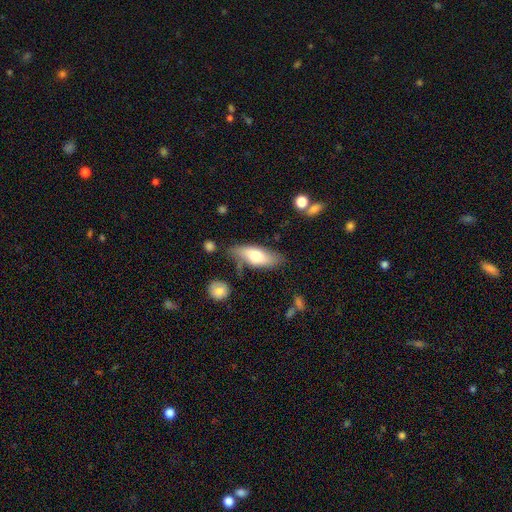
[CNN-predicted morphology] Q: Smooth or featured?
A: smooth (65%); runner-up: featured or disk (29%)
Q: How rounded?
A: in between (73%); runner-up: cigar-shaped (25%)
Q: Merging?
A: none (64%); runner-up: minor disturbance (24%)